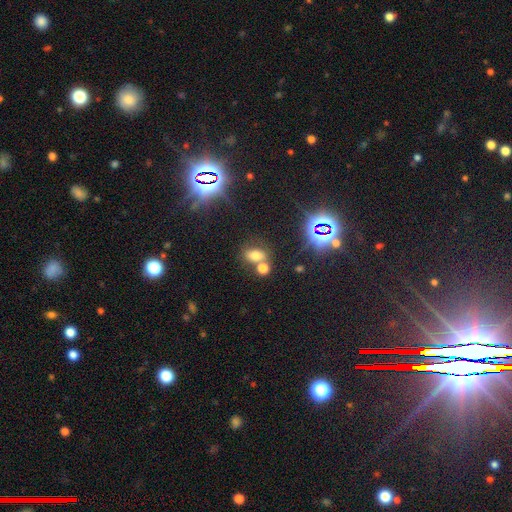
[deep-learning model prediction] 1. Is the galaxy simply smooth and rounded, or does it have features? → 61% smooth, 26% star or artifact, 13% featured or disk.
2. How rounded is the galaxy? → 71% in between, 26% round, 3% cigar-shaped.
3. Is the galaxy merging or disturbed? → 53% none, 32% merger, 10% minor disturbance, 5% major disturbance.